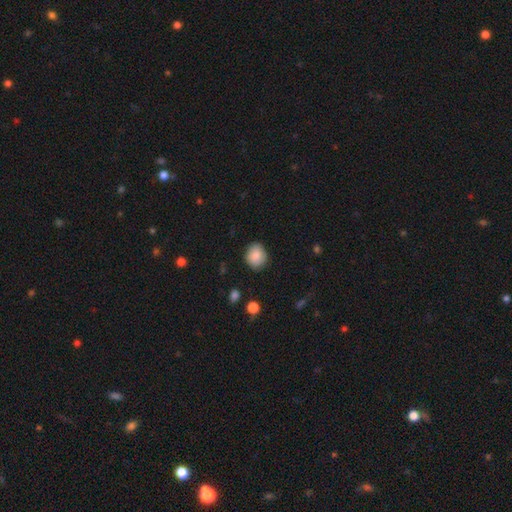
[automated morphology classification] A smooth galaxy with no disk features (87%) that is round (66%).

Vote fractions:
- Smooth or featured? smooth: 87% / star or artifact: 8% / featured or disk: 5%
- How rounded? round: 66% / in between: 33% / cigar-shaped: 1%
- Merging? none: 86% / minor disturbance: 11% / major disturbance: 2% / merger: 1%